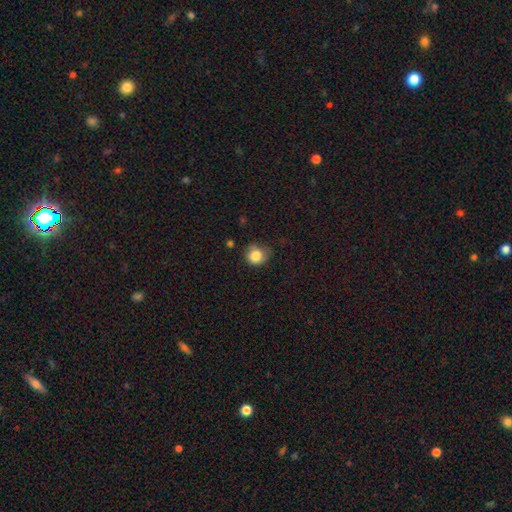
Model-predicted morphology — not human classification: smooth-or-featured: smooth: 84% | star or artifact: 10% | featured or disk: 6%
  how-rounded: round: 83% | in between: 16% | cigar-shaped: 1%
  merging: none: 61% | minor disturbance: 29% | major disturbance: 8% | merger: 2%